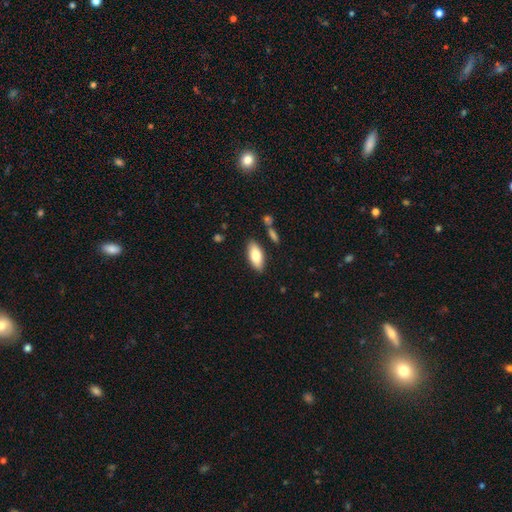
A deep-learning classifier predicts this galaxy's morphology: Smooth or featured: smooth — 81% (featured or disk — 13%)
How rounded: in between — 86% (cigar-shaped — 12%)
Merging: none — 85% (minor disturbance — 10%)